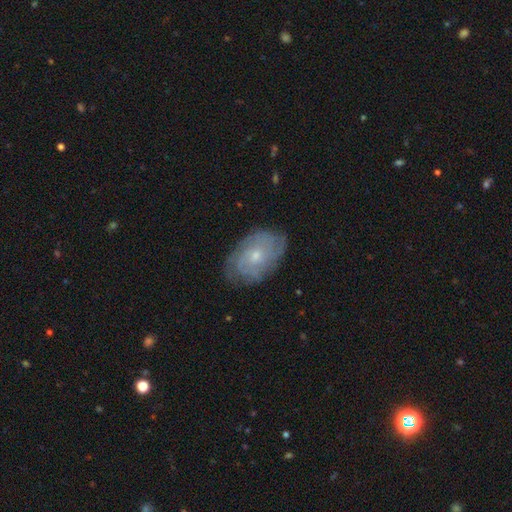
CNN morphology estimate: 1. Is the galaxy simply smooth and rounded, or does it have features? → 70% featured or disk, 23% smooth, 7% star or artifact.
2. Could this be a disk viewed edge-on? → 96% no, 4% yes.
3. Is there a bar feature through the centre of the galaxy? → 80% no, 17% weak, 2% strong.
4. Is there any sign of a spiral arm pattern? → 86% yes, 14% no.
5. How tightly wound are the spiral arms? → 65% tight, 26% medium, 9% loose.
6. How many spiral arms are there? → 53% can't tell, 14% 2, 12% 3, 10% 4, 6% more than 4, 5% 1.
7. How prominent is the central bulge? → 60% small, 36% moderate, 2% none, 1% large, 1% dominant.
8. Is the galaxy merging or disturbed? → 74% none, 19% minor disturbance, 6% major disturbance, 1% merger.